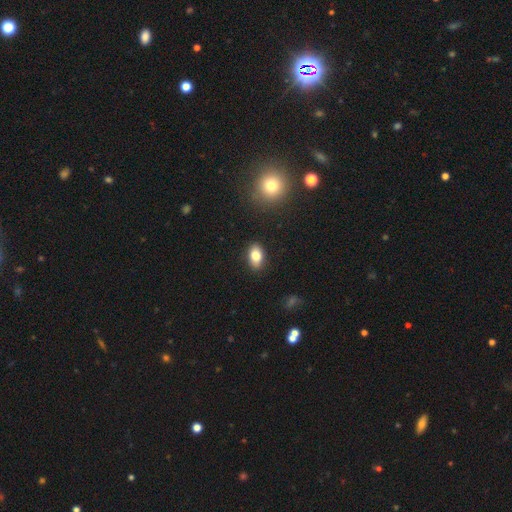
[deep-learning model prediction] smooth_or_featured: smooth (p=0.82) [alt: featured or disk p=0.10]
how_rounded: in between (p=0.88) [alt: round p=0.09]
merging: none (p=0.88) [alt: minor disturbance p=0.09]